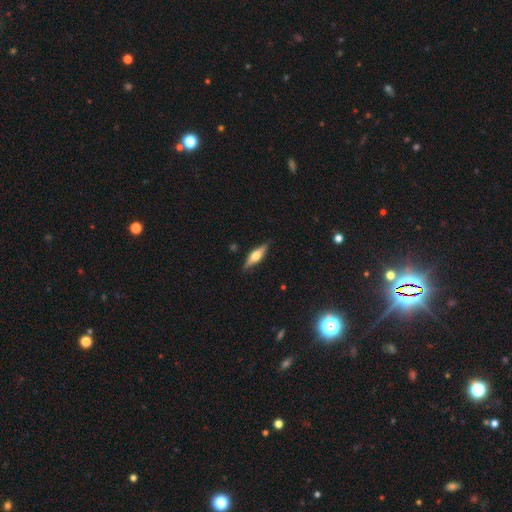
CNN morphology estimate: smooth_or_featured: featured or disk (p=0.62) [alt: smooth p=0.32]
disk_edge_on: yes (p=0.95) [alt: no p=0.05]
edge_on_bulge: rounded (p=0.91) [alt: boxy p=0.07]
merging: none (p=0.87) [alt: minor disturbance p=0.10]